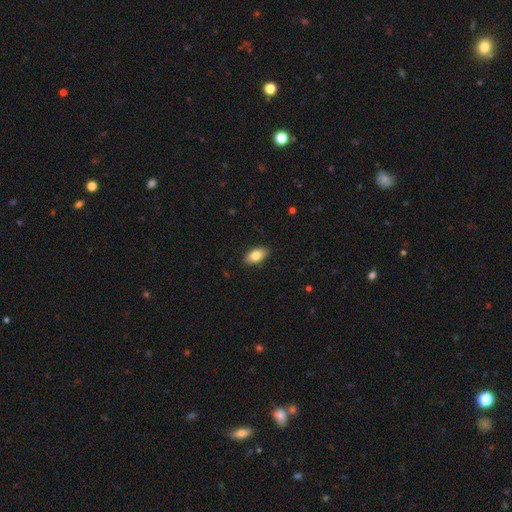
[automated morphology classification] A smooth galaxy with no disk features (82%) that is in between round and cigar-shaped (91%). Merging: none (88%).